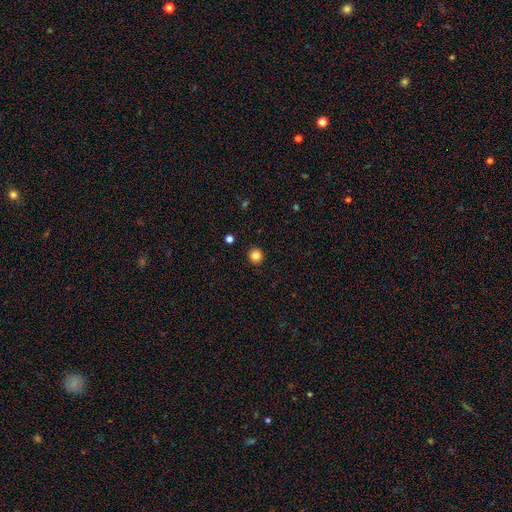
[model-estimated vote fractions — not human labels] Morphology: type=smooth (83%); roundness=round (91%); merging=none (92%).